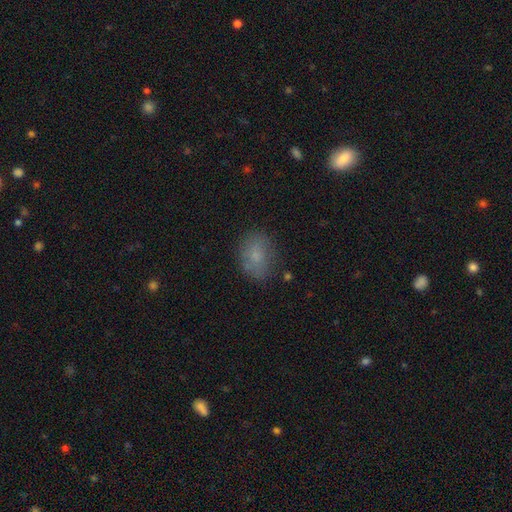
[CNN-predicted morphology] Smooth or featured?
  - smooth: 74% *
  - featured or disk: 15%
  - star or artifact: 11%
How rounded?
  - in between: 70% *
  - round: 28%
  - cigar-shaped: 1%
Merging?
  - none: 71% *
  - minor disturbance: 19%
  - major disturbance: 7%
  - merger: 3%